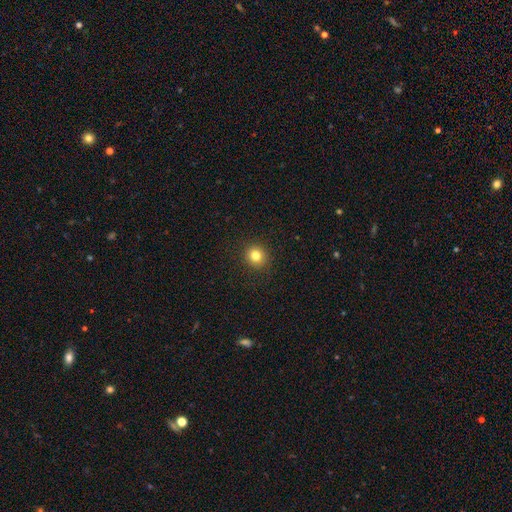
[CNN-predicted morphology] smooth 81%, star or artifact 13%, featured or disk 6%. Down the decision tree: how rounded — round (92%); merging — none (92%).